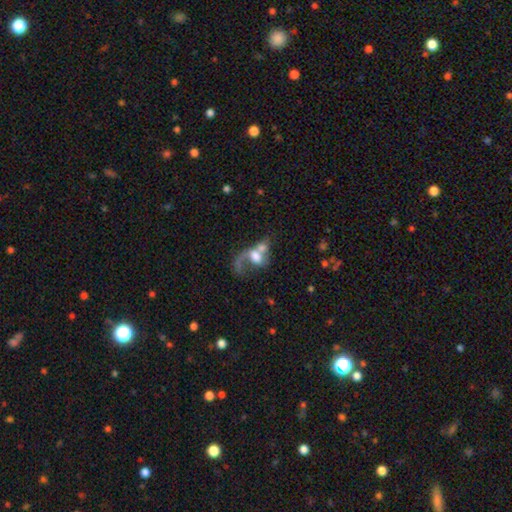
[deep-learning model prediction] A featured or disk galaxy (52%) with no bar (69%), spiral arms (66%) and a large central bulge (40%).

Vote fractions:
- Smooth or featured? featured or disk: 52% / smooth: 39% / star or artifact: 9%
- Edge-on disk? no: 97% / yes: 3%
- Bar? no: 69% / weak: 24% / strong: 7%
- Spiral arms? yes: 66% / no: 34%
- Bulge size? large: 40% / moderate: 33% / none: 10% / small: 10% / dominant: 8%
- Merging? merger: 53% / major disturbance: 26% / none: 13% / minor disturbance: 7%